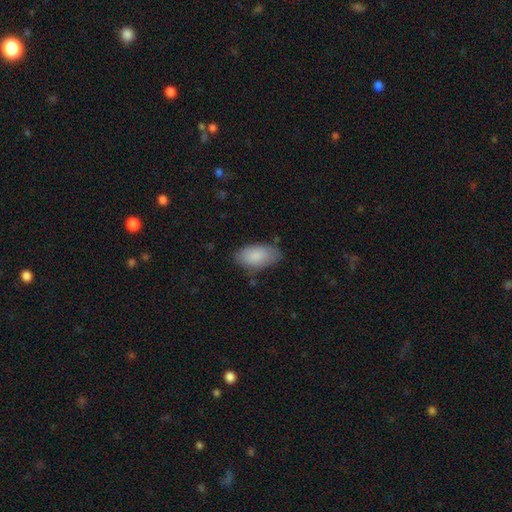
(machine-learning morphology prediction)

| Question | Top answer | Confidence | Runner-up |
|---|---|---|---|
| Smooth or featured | smooth | 87% | featured or disk (7%) |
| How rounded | in between | 95% | cigar-shaped (3%) |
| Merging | none | 74% | minor disturbance (20%) |